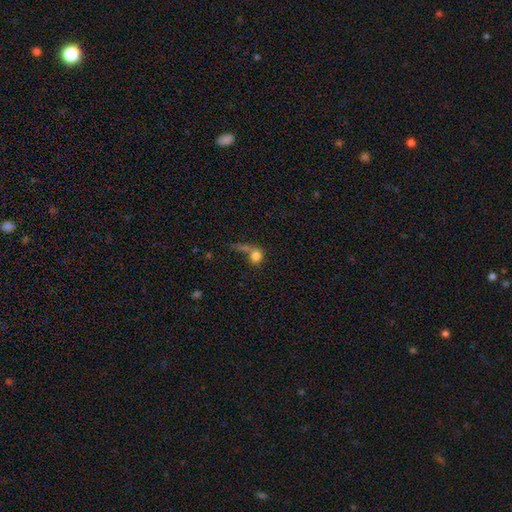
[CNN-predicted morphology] This is likely a smooth galaxy (75%). How rounded: likely round (74%). Merging: marginally none (33%).